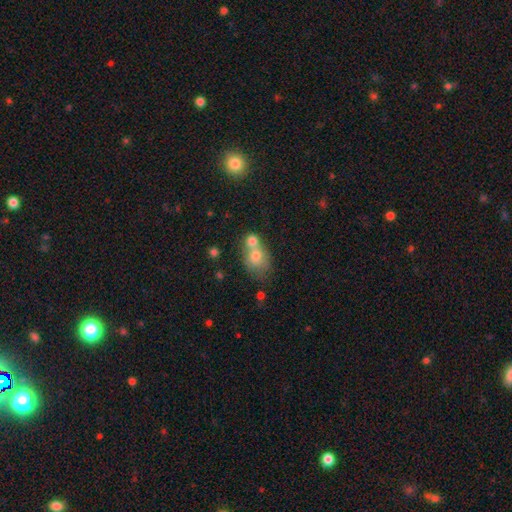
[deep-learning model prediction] Q: Smooth or featured?
A: smooth (72%); runner-up: featured or disk (19%)
Q: How rounded?
A: round (52%); runner-up: in between (47%)
Q: Merging?
A: merger (60%); runner-up: none (27%)